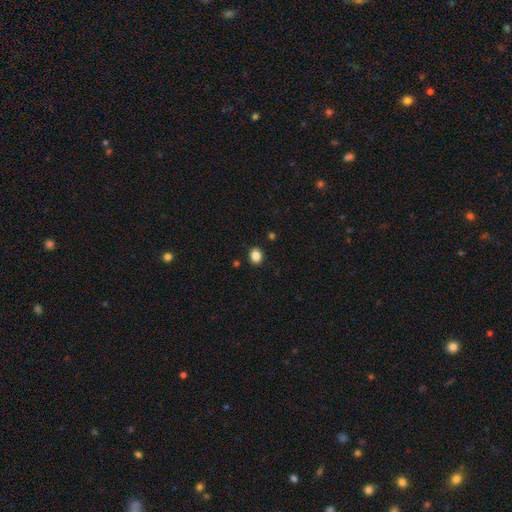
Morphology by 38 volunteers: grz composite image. It shows a smooth galaxy with no disk features (87%) that is in between round and cigar-shaped (55%). Merging: none (94%).